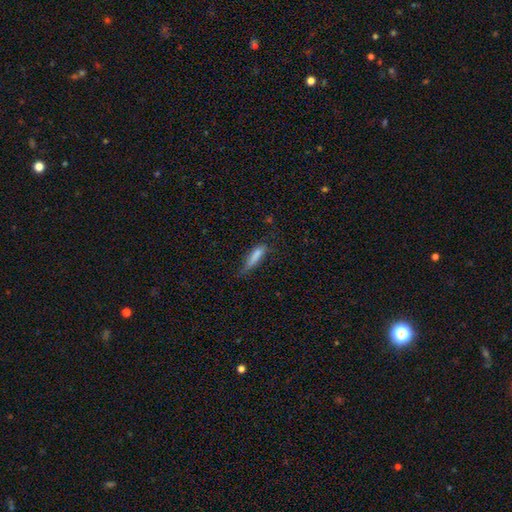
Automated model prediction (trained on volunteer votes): Overall: smooth (76%). How rounded: cigar-shaped (70%). Merging: none (45%; minor disturbance 34%).